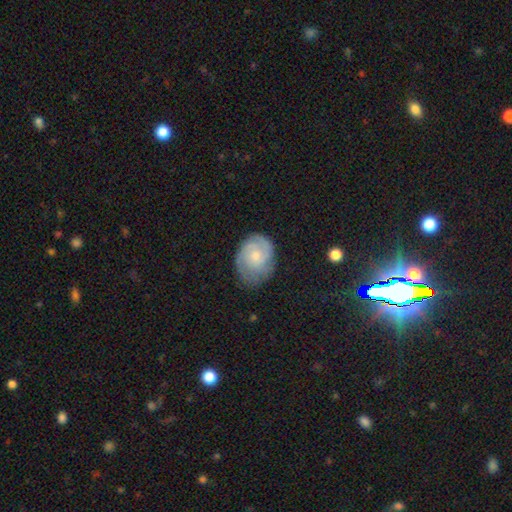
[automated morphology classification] This is likely a featured or disk galaxy (68%). It is clearly not viewed edge-on (98%). Bar: likely no (76%). Spiral arm pattern: clearly yes (93%). Spiral arm count: marginally can't tell (31%). Spiral winding: possibly tight (59%). Central bulge: possibly small (53%). Merging: likely none (69%).